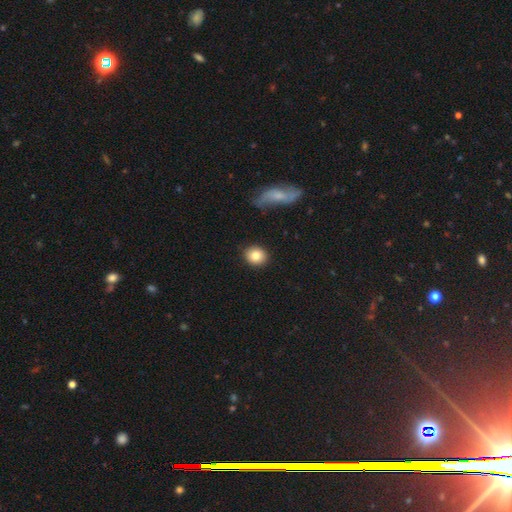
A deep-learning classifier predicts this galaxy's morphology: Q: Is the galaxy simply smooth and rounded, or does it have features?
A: smooth — 83%.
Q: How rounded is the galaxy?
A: round — 75%.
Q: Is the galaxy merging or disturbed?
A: none — 88%.